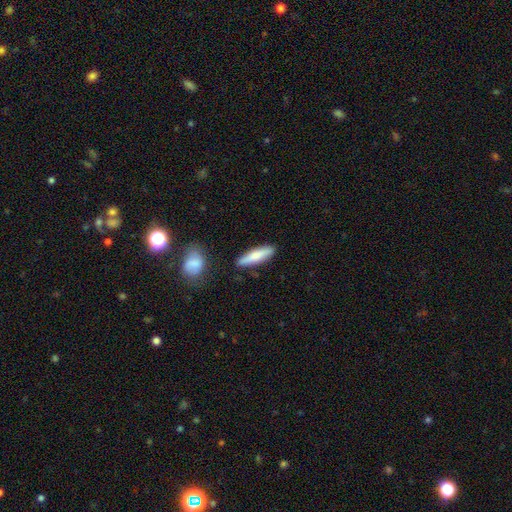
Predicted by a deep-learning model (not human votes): smooth_or_featured: smooth (p=0.74) [alt: featured or disk p=0.20]
how_rounded: cigar-shaped (p=0.73) [alt: in between p=0.25]
merging: none (p=0.84) [alt: minor disturbance p=0.11]